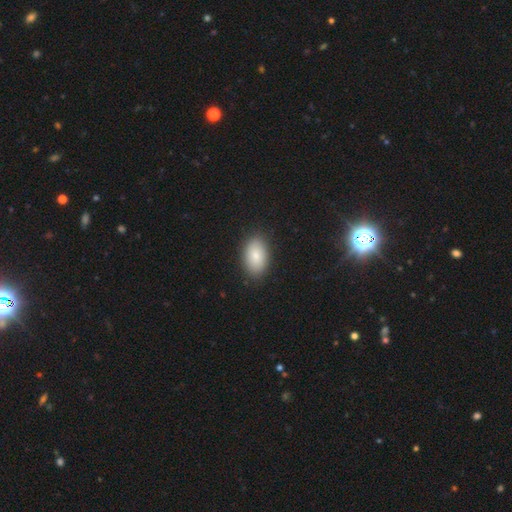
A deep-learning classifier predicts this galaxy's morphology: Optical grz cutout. It shows a smooth galaxy with no disk features (83%) that is in between round and cigar-shaped (91%). Merging: none (87%).